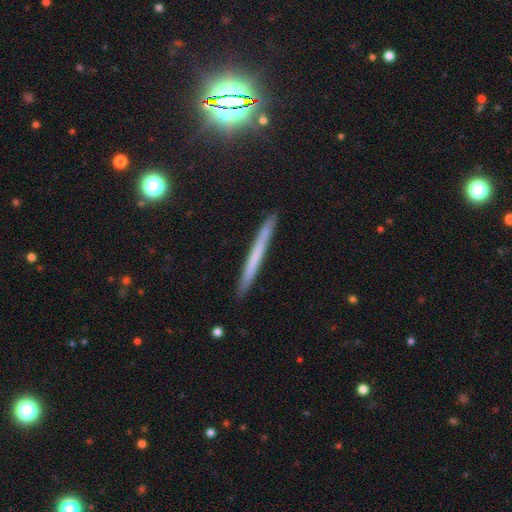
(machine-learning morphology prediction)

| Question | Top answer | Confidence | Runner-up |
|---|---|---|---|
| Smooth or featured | smooth | 51% | featured or disk (41%) |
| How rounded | cigar-shaped | 97% | in between (1%) |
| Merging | none | 91% | minor disturbance (7%) |